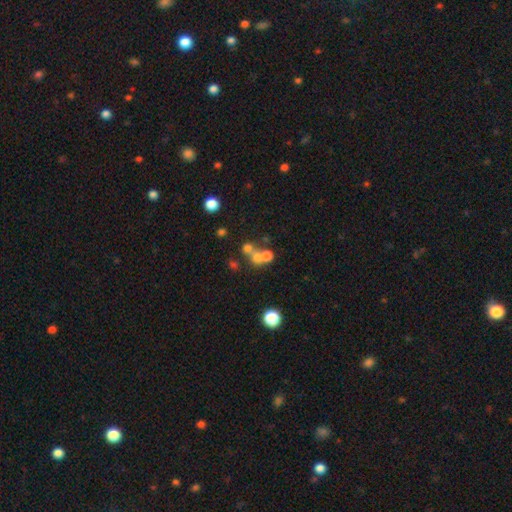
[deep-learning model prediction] Morphology: type=smooth (60%); roundness=round (83%); merging=merger (54%).